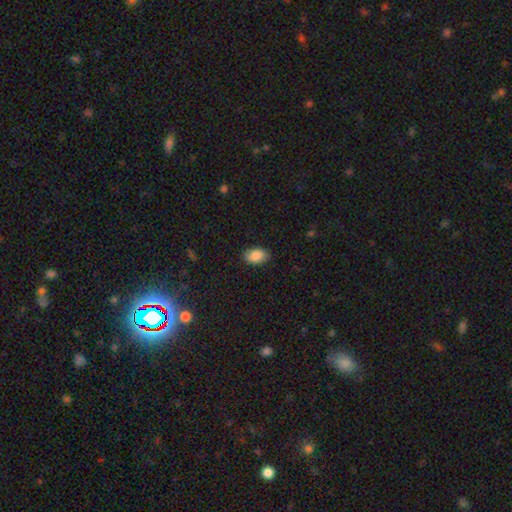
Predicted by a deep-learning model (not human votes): smooth 85%, featured or disk 8%, star or artifact 7%. Down the decision tree: how rounded — in between (90%); merging — none (85%).